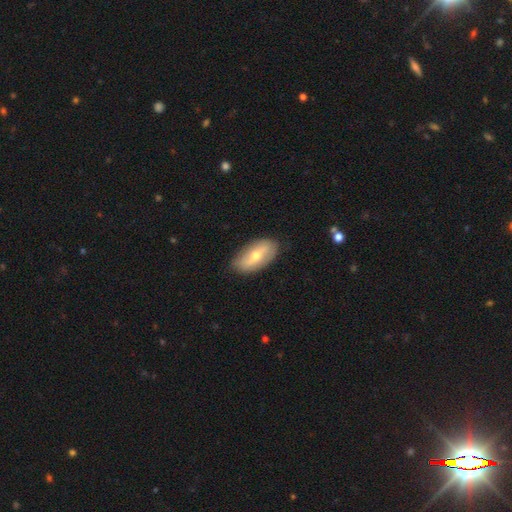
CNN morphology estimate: Smooth or featured? Predicted: smooth (p=0.53). How rounded? Predicted: in between (p=0.91). Merging? Predicted: none (p=0.83).